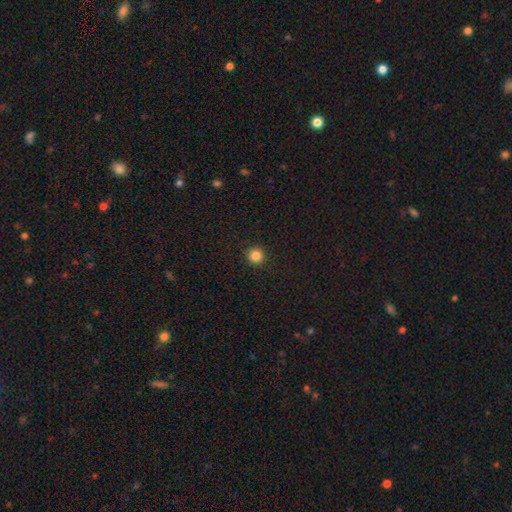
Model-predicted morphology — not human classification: Smooth or featured? smooth (84%)
How rounded? round (96%)
Merging? none (93%)